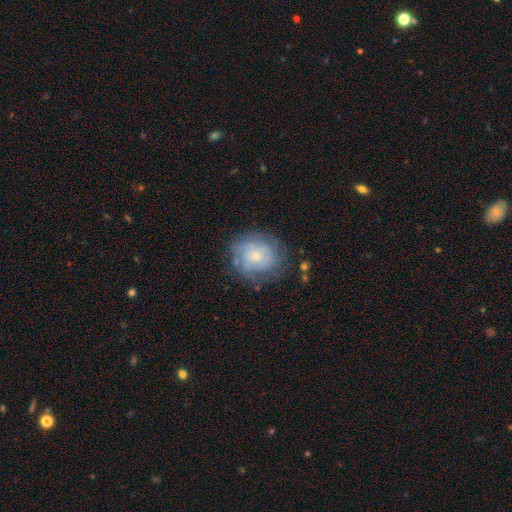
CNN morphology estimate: Smooth or featured? Predicted: featured or disk (p=0.56). Edge-on disk? Predicted: no (p=0.97). Bar? Predicted: no (p=0.78). Spiral arms? Predicted: yes (p=0.78). Bulge size? Predicted: small (p=0.62). Merging? Predicted: none (p=0.71).